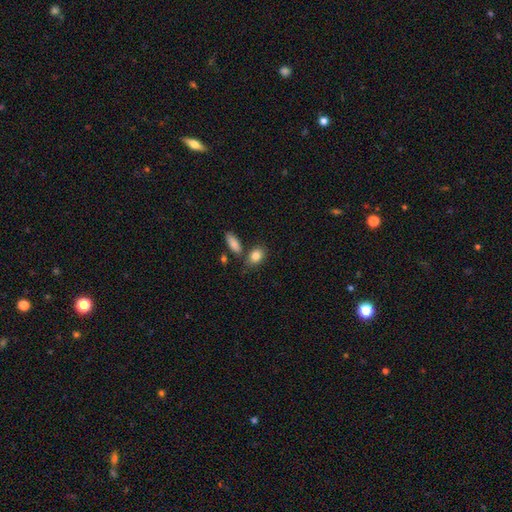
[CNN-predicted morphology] Smooth or featured?
  - smooth: 86% *
  - star or artifact: 7%
  - featured or disk: 7%
How rounded?
  - in between: 75% *
  - round: 22%
  - cigar-shaped: 3%
Merging?
  - none: 66% *
  - merger: 16%
  - minor disturbance: 14%
  - major disturbance: 4%